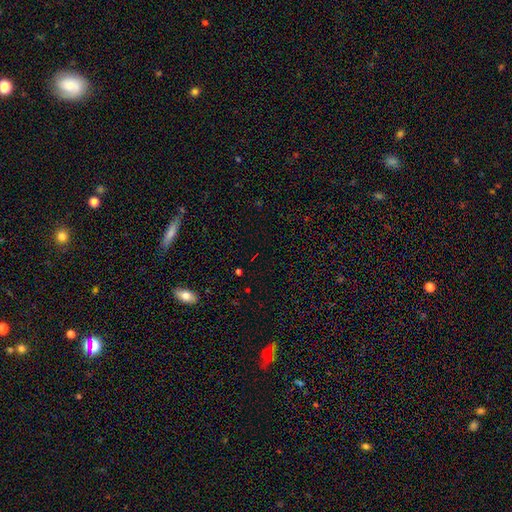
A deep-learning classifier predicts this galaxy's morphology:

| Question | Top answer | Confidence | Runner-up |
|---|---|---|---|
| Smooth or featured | star or artifact | 64% | smooth (27%) |